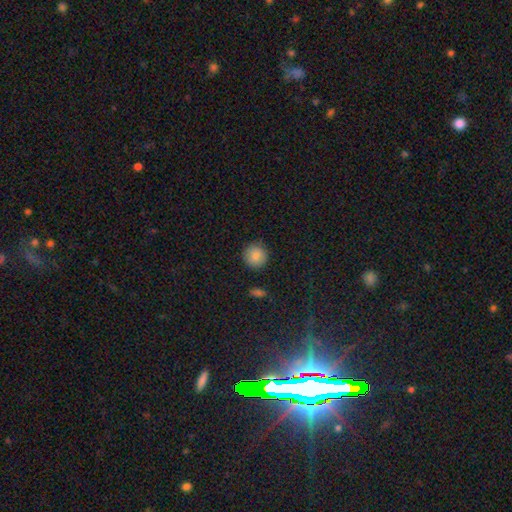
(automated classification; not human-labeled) Smooth or featured?
  - smooth: 84% *
  - star or artifact: 9%
  - featured or disk: 6%
How rounded?
  - round: 95% *
  - in between: 4%
  - cigar-shaped: 1%
Merging?
  - none: 89% *
  - minor disturbance: 7%
  - major disturbance: 2%
  - merger: 1%